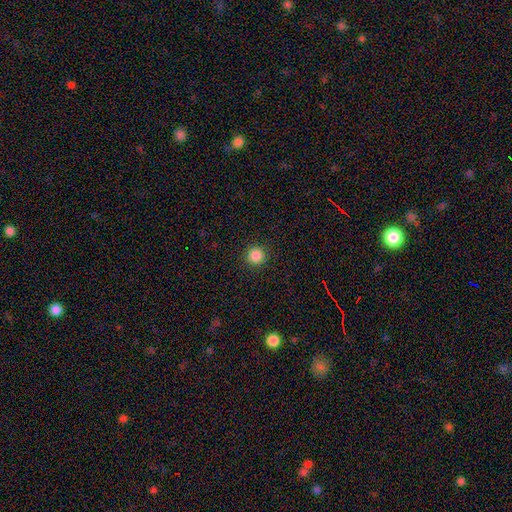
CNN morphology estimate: smooth_or_featured: smooth (p=0.86) [alt: star or artifact p=0.11]
how_rounded: round (p=0.96) [alt: in between p=0.03]
merging: none (p=0.92) [alt: minor disturbance p=0.05]